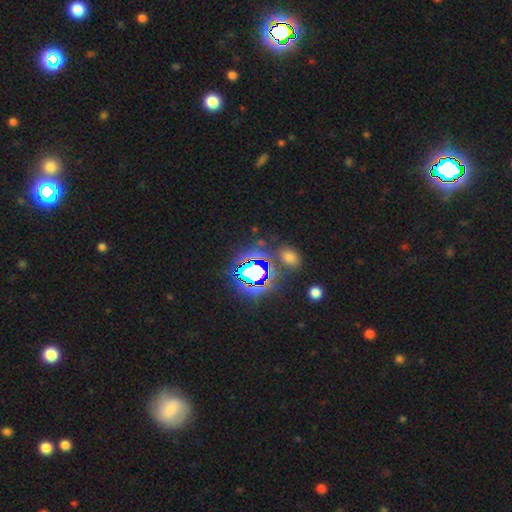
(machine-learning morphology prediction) This appears to be a star or artifact, not a galaxy (80%).